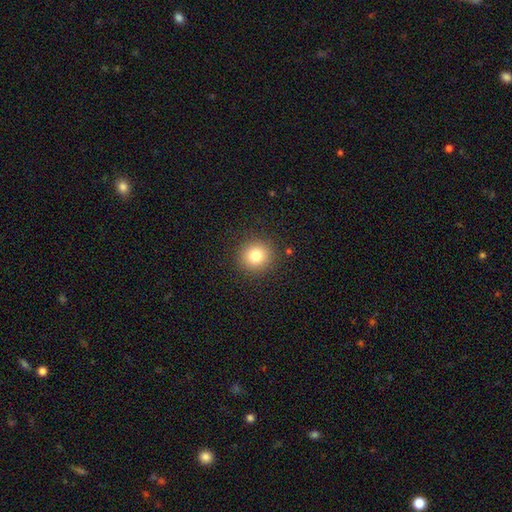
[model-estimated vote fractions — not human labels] Smooth or featured?
  - smooth: 80% *
  - star or artifact: 12%
  - featured or disk: 8%
How rounded?
  - round: 93% *
  - in between: 6%
  - cigar-shaped: 1%
Merging?
  - none: 90% *
  - minor disturbance: 6%
  - major disturbance: 3%
  - merger: 1%